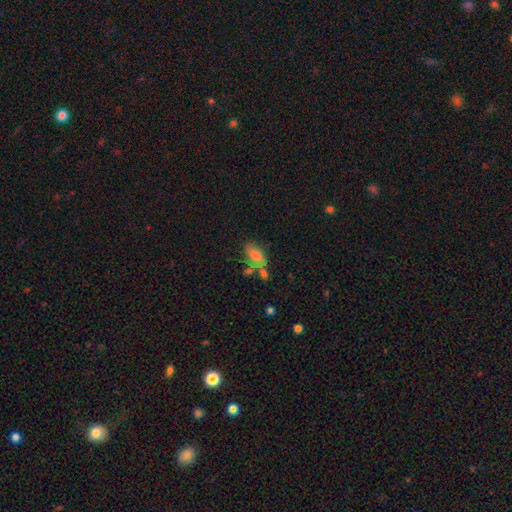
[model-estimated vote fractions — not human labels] smooth_or_featured: smooth (p=0.66) [alt: featured or disk p=0.24]
how_rounded: in between (p=0.85) [alt: cigar-shaped p=0.10]
merging: none (p=0.39) [alt: merger p=0.28]